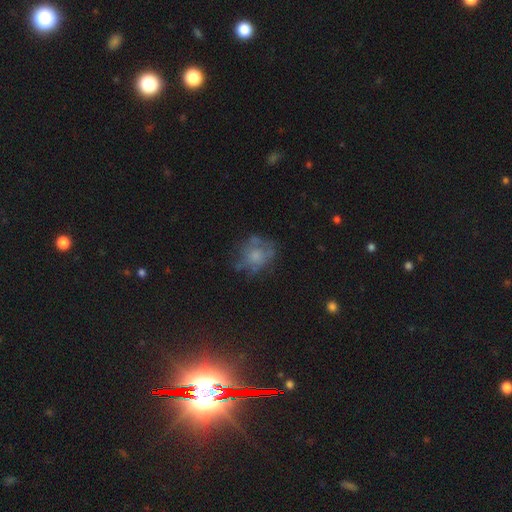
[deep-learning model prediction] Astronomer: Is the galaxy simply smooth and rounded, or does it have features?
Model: smooth — 47% (runner-up: featured or disk, 41%).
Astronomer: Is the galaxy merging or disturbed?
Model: none — 52%.